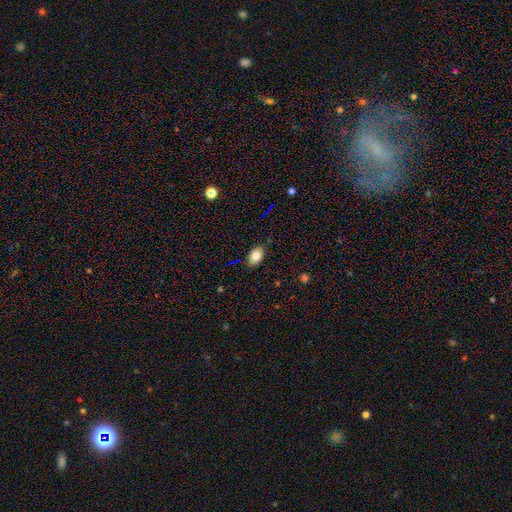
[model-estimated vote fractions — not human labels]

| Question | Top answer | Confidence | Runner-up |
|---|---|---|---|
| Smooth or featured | smooth | 81% | featured or disk (10%) |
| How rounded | in between | 87% | round (12%) |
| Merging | none | 84% | minor disturbance (12%) |